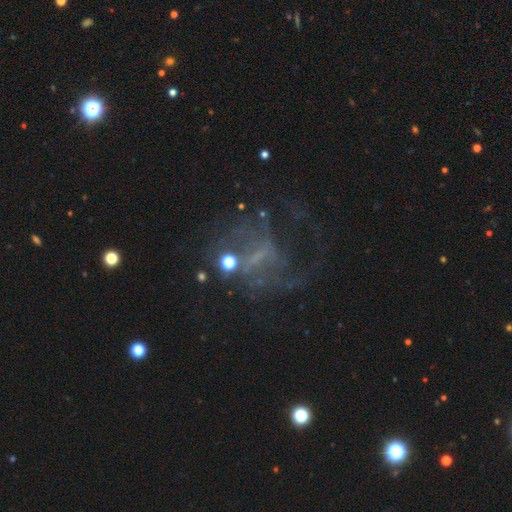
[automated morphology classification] Overall: featured or disk (59%; star or artifact 26%). Edge-on disk: no (96%). Bar: no (47%; weak 36%). Spiral arms: yes (51%; no 49%). Bulge size: none (51%; small 32%). Merging: none (41%; major disturbance 38%).